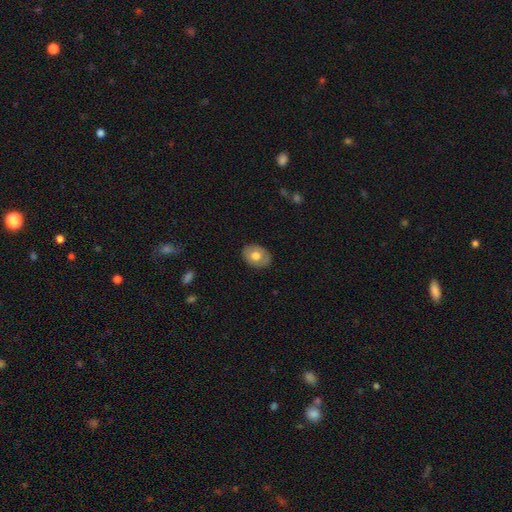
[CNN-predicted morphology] smooth-or-featured: smooth: 63% | featured or disk: 30% | star or artifact: 6%
  how-rounded: in between: 69% | round: 30% | cigar-shaped: 1%
  merging: none: 84% | minor disturbance: 12% | major disturbance: 3% | merger: 1%